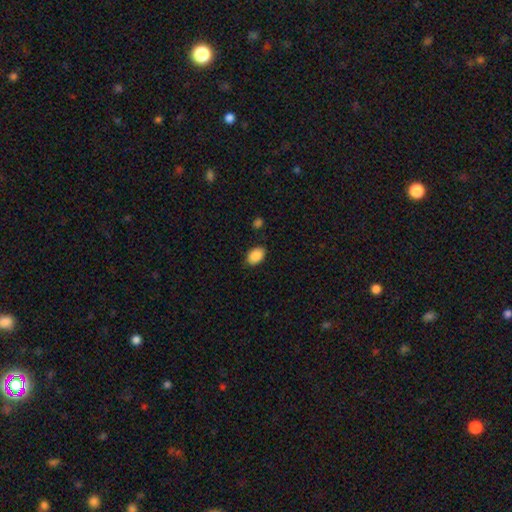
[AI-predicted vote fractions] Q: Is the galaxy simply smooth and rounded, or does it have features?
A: smooth — 89%.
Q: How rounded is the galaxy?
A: in between — 85%.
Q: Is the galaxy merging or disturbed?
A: none — 85%.